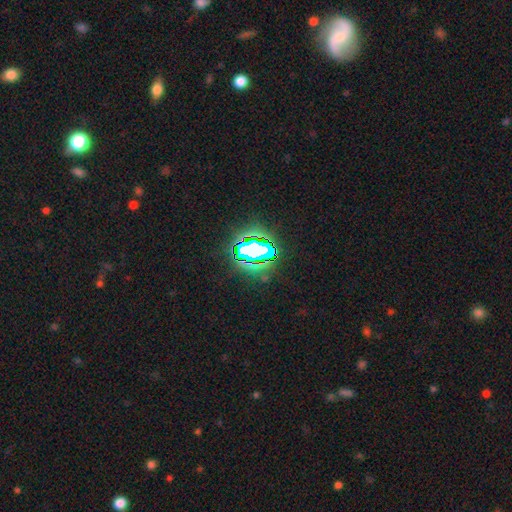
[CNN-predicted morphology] This is likely a star or artifact rather than a galaxy (72%).